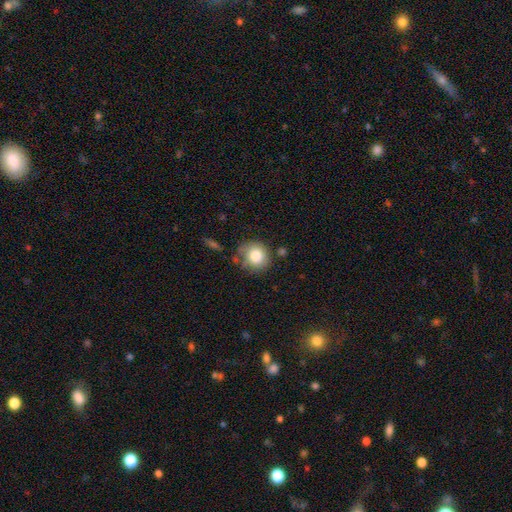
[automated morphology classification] Smooth or featured: smooth — 81% (featured or disk — 10%)
How rounded: round — 87% (in between — 12%)
Merging: none — 68% (minor disturbance — 20%)